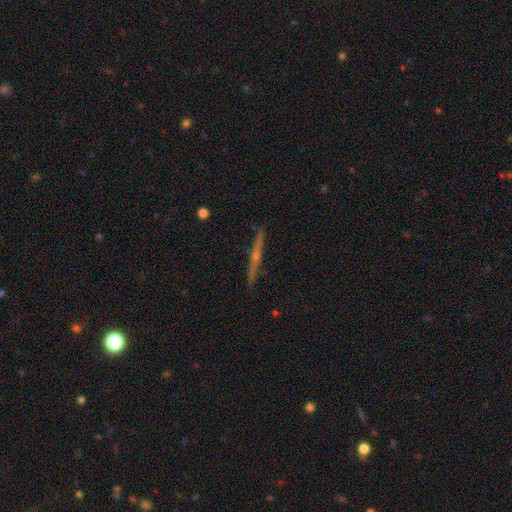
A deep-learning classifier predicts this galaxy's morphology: smooth-or-featured: featured or disk: 78% | smooth: 15% | star or artifact: 6%
  disk-edge-on: yes: 98% | no: 2%
    edge-on-bulge: rounded: 78% | none: 17% | boxy: 4%
  merging: none: 90% | minor disturbance: 7% | major disturbance: 1% | merger: 1%